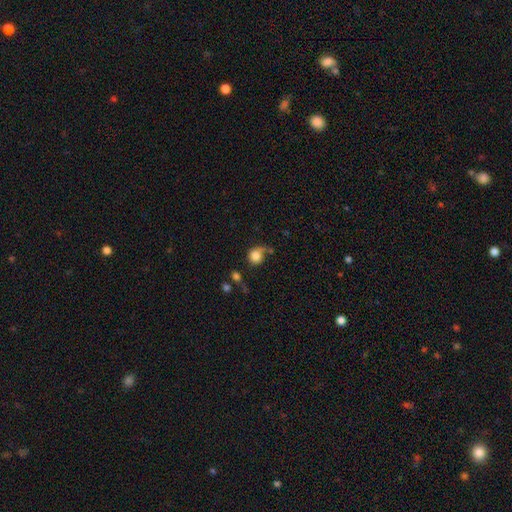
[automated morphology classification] Smooth or featured? smooth (80%)
How rounded? round (80%)
Merging? none (43%)